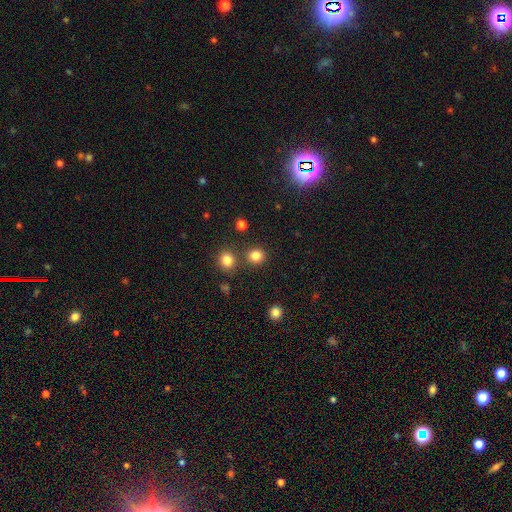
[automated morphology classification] Q: Smooth or featured?
A: smooth (82%); runner-up: star or artifact (14%)
Q: How rounded?
A: round (87%); runner-up: in between (12%)
Q: Merging?
A: none (81%); runner-up: merger (10%)